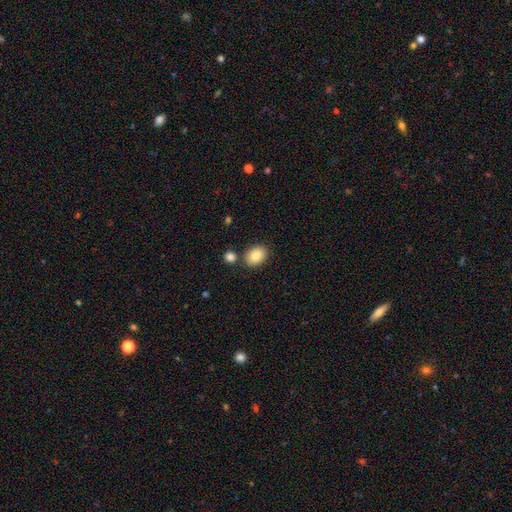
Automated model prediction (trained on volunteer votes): Smooth or featured?
  - smooth: 86% *
  - star or artifact: 8%
  - featured or disk: 7%
How rounded?
  - in between: 75% *
  - round: 24%
  - cigar-shaped: 1%
Merging?
  - none: 79% *
  - minor disturbance: 10%
  - merger: 9%
  - major disturbance: 3%